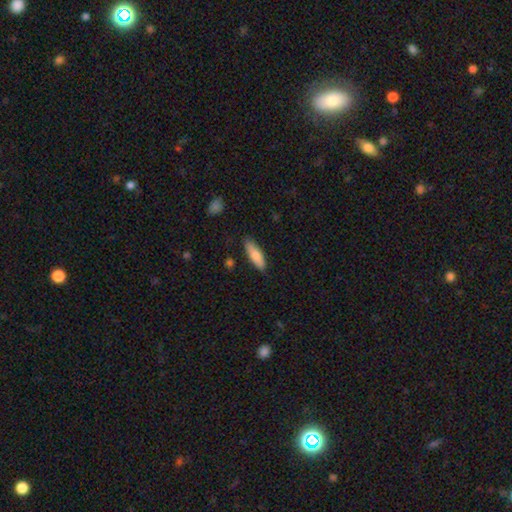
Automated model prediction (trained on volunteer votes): This is likely a smooth galaxy (78%). How rounded: possibly cigar-shaped (50%). Merging: clearly none (84%).